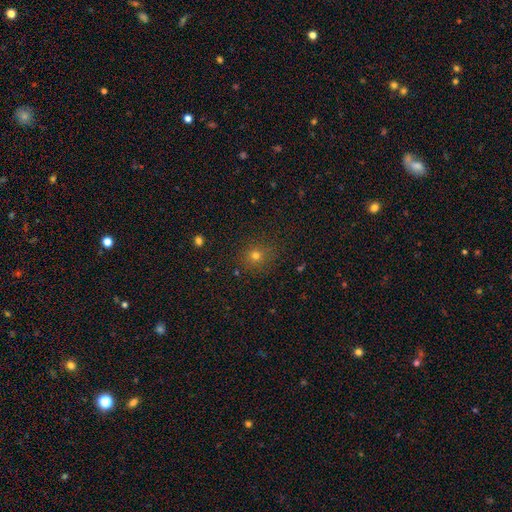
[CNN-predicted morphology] smooth 69%, star or artifact 23%, featured or disk 8%. Down the decision tree: how rounded — round (86%); merging — none (86%).